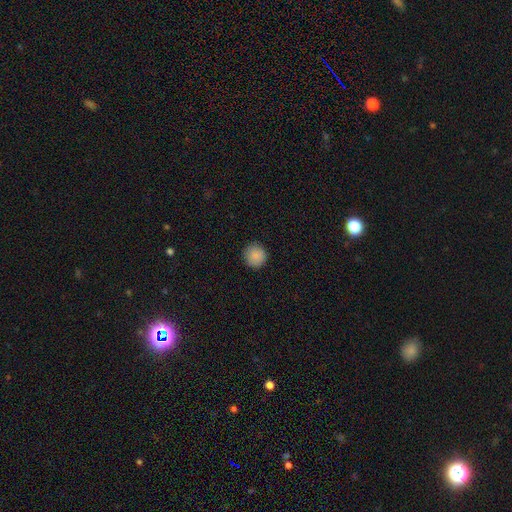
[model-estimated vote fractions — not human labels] Overall: smooth (88%). How rounded: round (95%). Merging: none (91%).